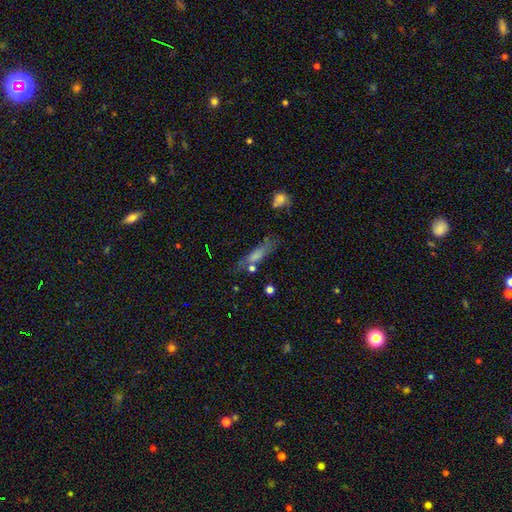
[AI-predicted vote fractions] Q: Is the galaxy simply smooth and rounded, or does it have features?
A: smooth — 52%.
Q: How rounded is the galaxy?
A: cigar-shaped — 74%.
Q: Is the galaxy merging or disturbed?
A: none — 63%.